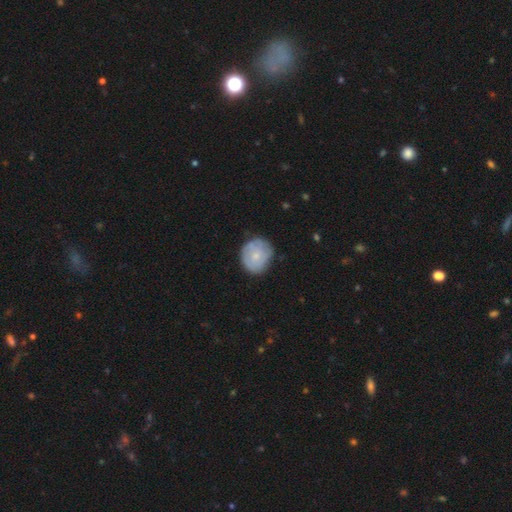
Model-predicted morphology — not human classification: A smooth galaxy with no disk features (58%) that is round (71%). Merging: none (69%).